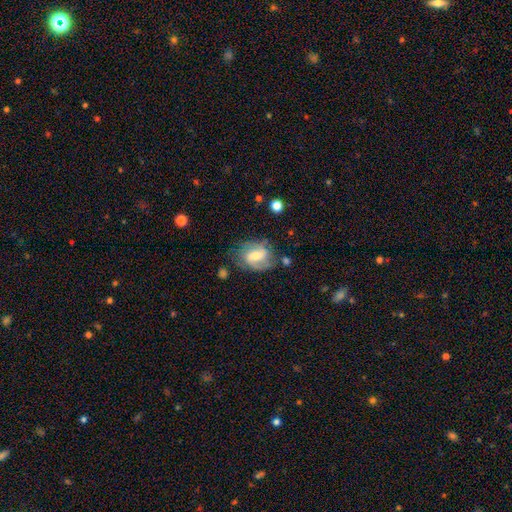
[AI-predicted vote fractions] Smooth or featured? featured or disk (65%)
Edge-on disk? no (96%)
Bar? weak (50%)
Spiral arms? yes (84%)
Spiral winding? medium (46%)
Spiral arm count? 2 (68%)
Bulge size? moderate (50%)
Merging? none (63%)